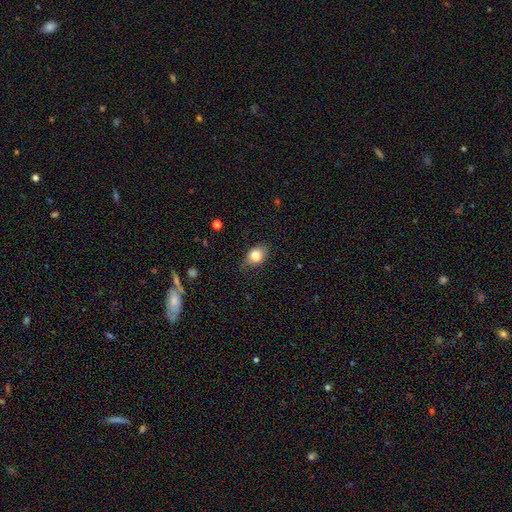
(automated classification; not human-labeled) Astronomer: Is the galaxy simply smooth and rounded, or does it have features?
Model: smooth — 78%.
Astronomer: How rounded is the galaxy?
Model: in between — 71%.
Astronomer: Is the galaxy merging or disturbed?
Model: none — 75%.